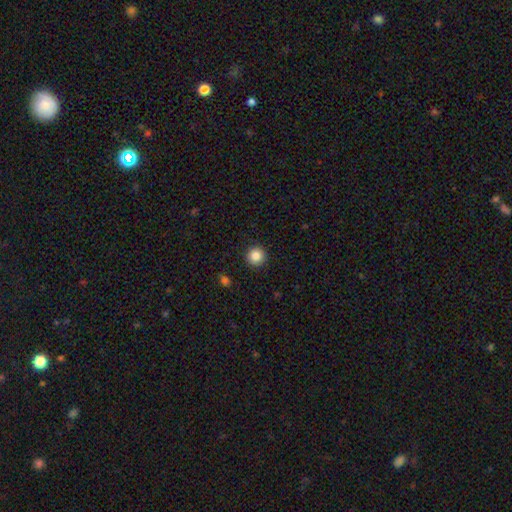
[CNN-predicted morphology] type=smooth (86%); roundness=round (95%); merging=none (92%).